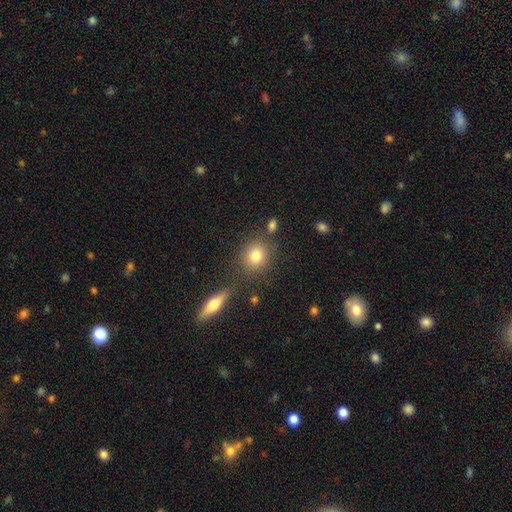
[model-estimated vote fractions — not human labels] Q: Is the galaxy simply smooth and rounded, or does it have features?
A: smooth — 79%.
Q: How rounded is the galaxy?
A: round — 76%.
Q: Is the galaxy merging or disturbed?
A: none — 77%.